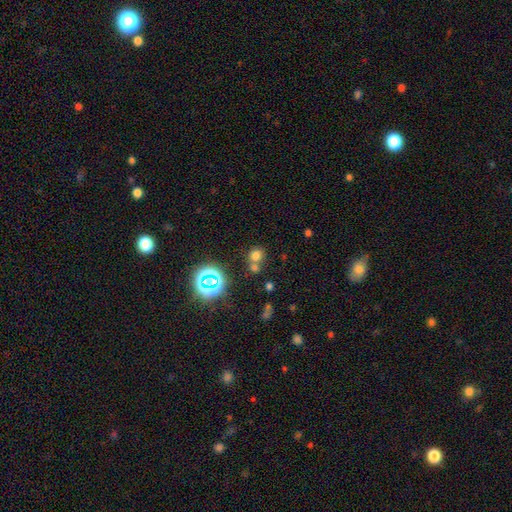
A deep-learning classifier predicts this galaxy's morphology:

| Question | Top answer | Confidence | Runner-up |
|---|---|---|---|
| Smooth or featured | smooth | 66% | star or artifact (25%) |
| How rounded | round | 83% | in between (16%) |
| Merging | none | 55% | merger (33%) |